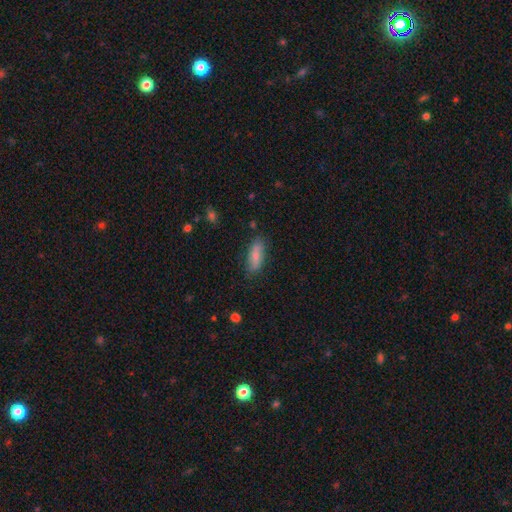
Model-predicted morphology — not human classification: Smooth or featured? smooth (76%)
How rounded? in between (74%)
Merging? none (80%)